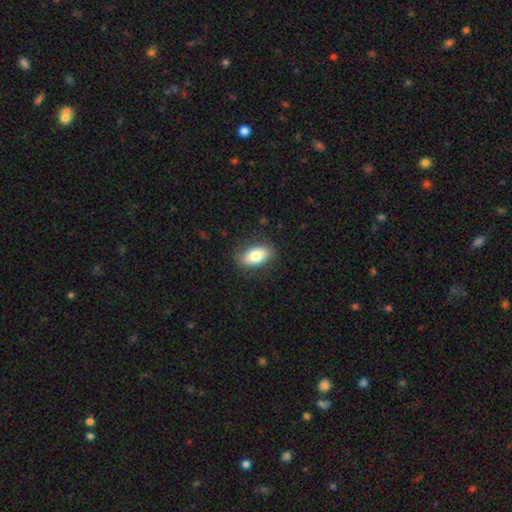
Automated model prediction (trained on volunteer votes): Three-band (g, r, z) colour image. It shows a smooth galaxy with no disk features (77%) that is in between round and cigar-shaped (91%). Merging: none (83%).